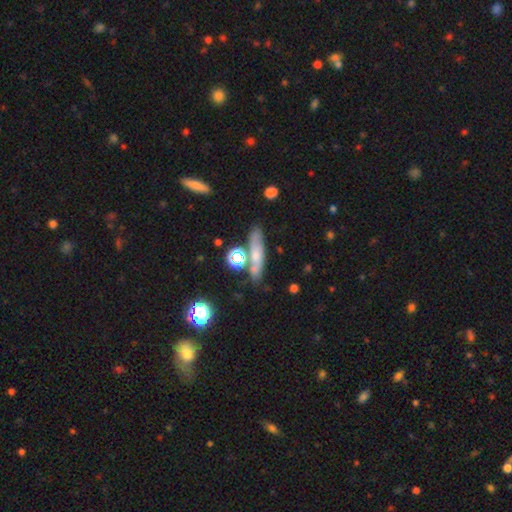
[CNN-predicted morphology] smooth-or-featured: smooth: 54% | featured or disk: 30% | star or artifact: 16%
  how-rounded: cigar-shaped: 68% | in between: 21% | round: 11%
  merging: none: 70% | minor disturbance: 14% | merger: 11% | major disturbance: 5%